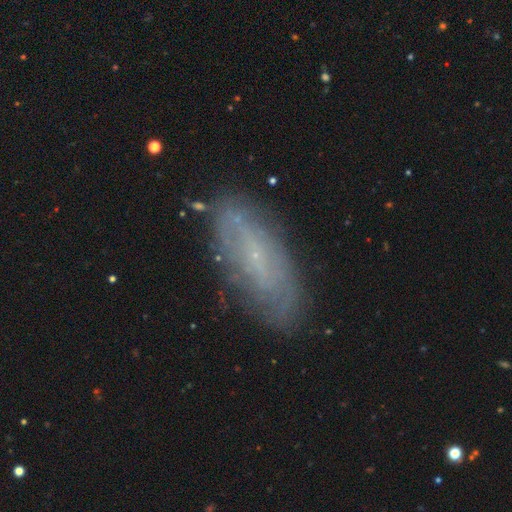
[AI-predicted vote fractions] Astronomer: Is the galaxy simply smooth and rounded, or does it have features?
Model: featured or disk — 56% (runner-up: smooth, 35%).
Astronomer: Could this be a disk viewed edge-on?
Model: no — 81%.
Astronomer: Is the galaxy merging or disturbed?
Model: none — 79%.